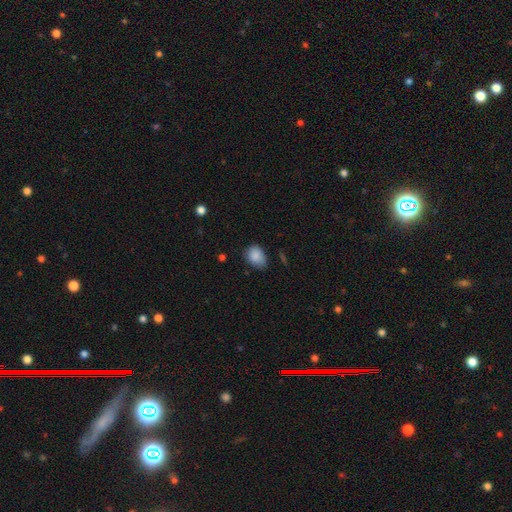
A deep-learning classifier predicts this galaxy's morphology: This is clearly a smooth galaxy (87%). How rounded: likely in between (64%). Merging: likely none (67%).